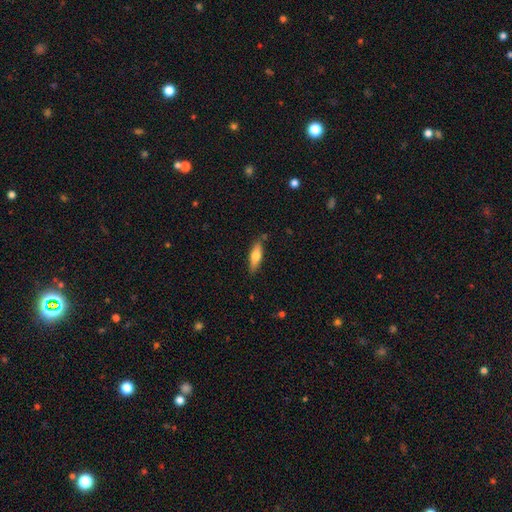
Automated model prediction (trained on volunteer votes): Smooth or featured? smooth (65%)
How rounded? cigar-shaped (49%, tied with in between)
Merging? none (81%)